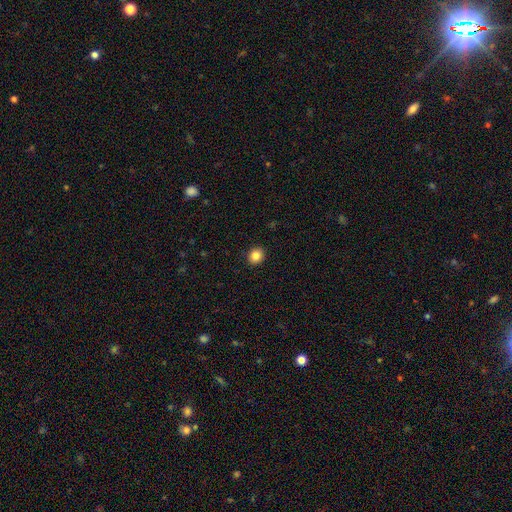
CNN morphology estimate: Smooth or featured? Predicted: smooth (p=0.85). How rounded? Predicted: round (p=0.80). Merging? Predicted: none (p=0.92).